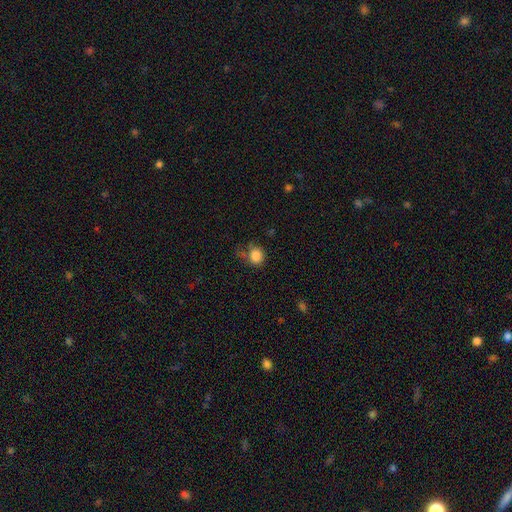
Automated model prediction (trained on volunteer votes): Smooth or featured? smooth (85%)
How rounded? round (78%)
Merging? none (58%)